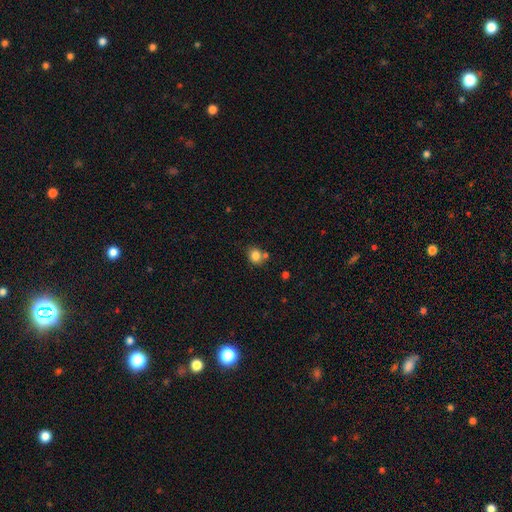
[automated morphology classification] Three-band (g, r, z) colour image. It shows a smooth galaxy with no disk features (83%) that is round (70%). Merging: none (63%).